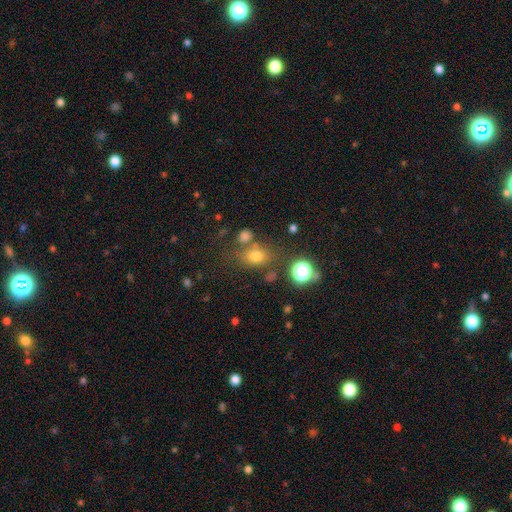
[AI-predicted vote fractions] Smooth or featured: smooth — 69% (star or artifact — 20%)
How rounded: in between — 58% (round — 40%)
Merging: none — 64% (merger — 15%)